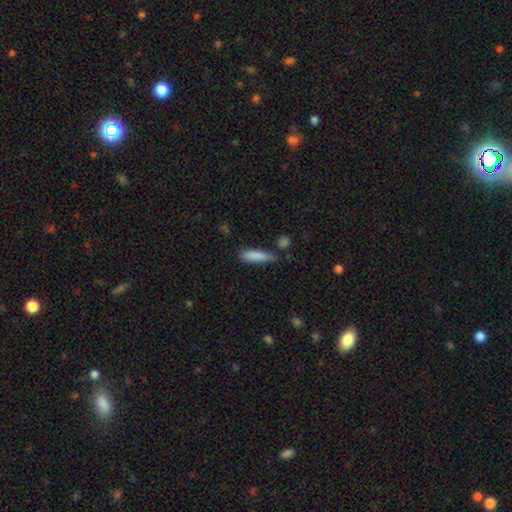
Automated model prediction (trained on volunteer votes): Overall: smooth (85%). How rounded: cigar-shaped (69%; in between 30%). Merging: none (63%; minor disturbance 26%).